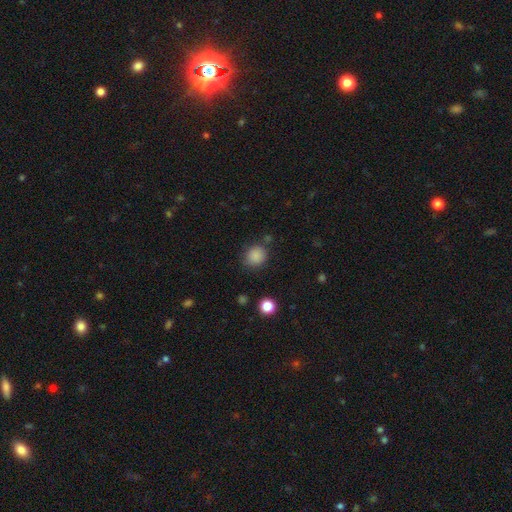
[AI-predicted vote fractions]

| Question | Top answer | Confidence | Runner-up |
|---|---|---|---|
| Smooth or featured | smooth | 85% | star or artifact (11%) |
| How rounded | round | 81% | in between (18%) |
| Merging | none | 77% | minor disturbance (14%) |